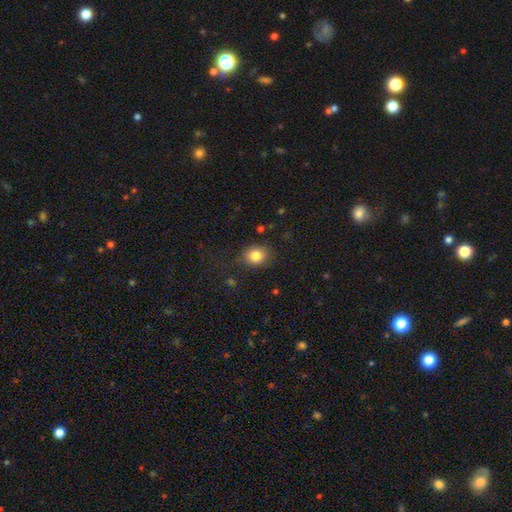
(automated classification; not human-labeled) Smooth or featured: smooth — 83% (star or artifact — 10%)
How rounded: round — 64% (in between — 35%)
Merging: none — 80% (minor disturbance — 14%)